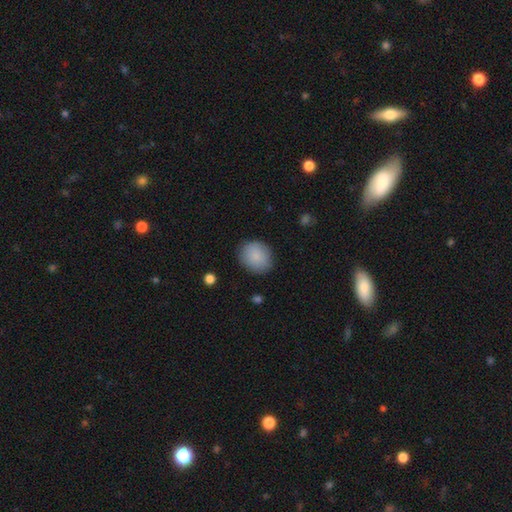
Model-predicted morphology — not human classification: Smooth or featured? smooth (87%)
How rounded? round (67%)
Merging? none (84%)